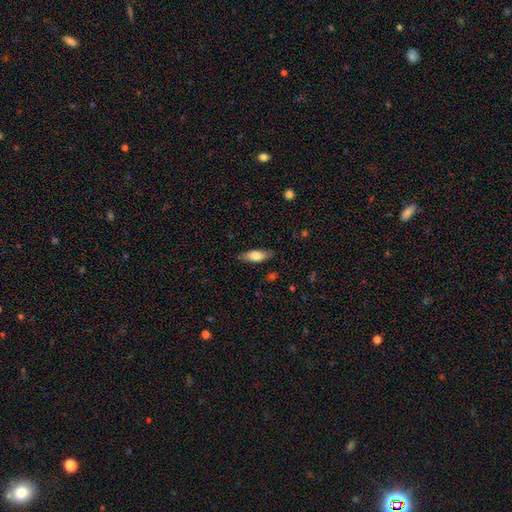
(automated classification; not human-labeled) A smooth galaxy with no disk features (69%) that is in between round and cigar-shaped (60%). Merging: none (83%).